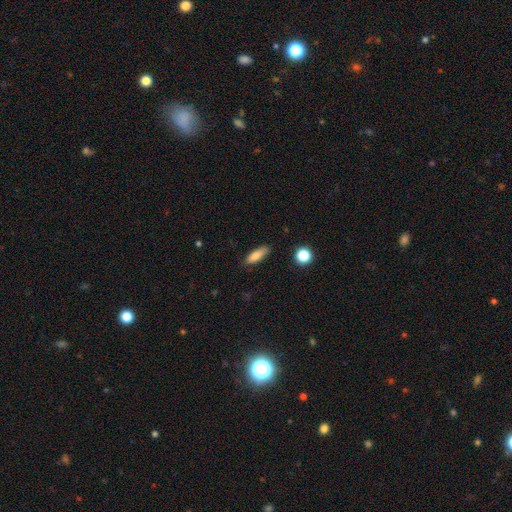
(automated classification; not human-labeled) A smooth galaxy with no disk features (79%) that is in between round and cigar-shaped (52%). Merging: none (82%).